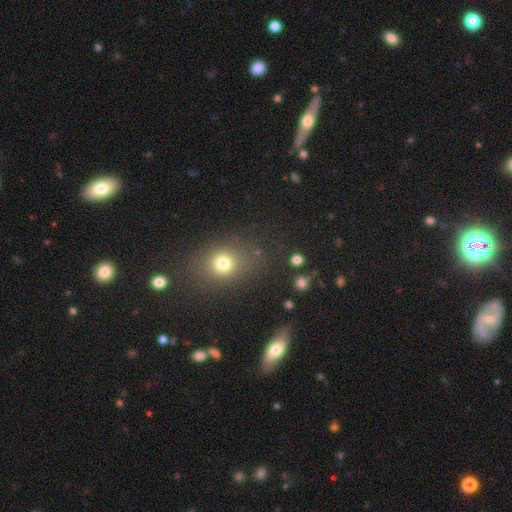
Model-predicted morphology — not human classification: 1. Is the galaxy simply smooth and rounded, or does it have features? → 64% smooth, 25% star or artifact, 11% featured or disk.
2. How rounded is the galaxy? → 58% round, 39% in between, 3% cigar-shaped.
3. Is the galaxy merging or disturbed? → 80% none, 11% minor disturbance, 4% major disturbance, 4% merger.